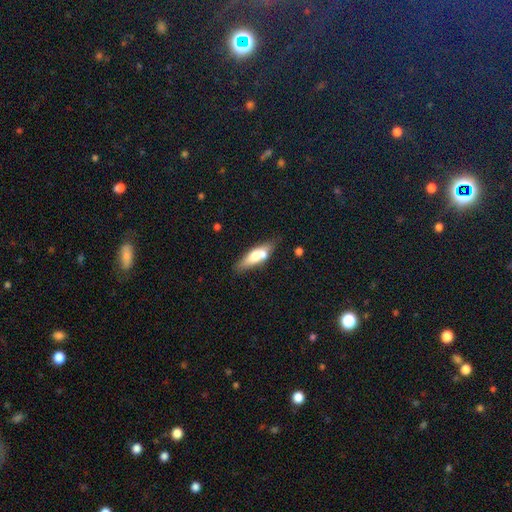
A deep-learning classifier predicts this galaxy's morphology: The model was most divided on "how rounded" (2-way tie): in between: 49%, cigar-shaped: 49%, round: 3%. More confident: merging — none (60%); smooth or featured — smooth (59%).